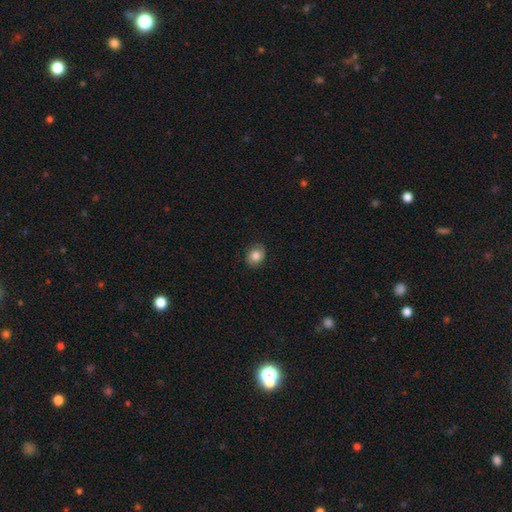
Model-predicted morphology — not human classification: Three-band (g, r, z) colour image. It shows a smooth galaxy with no disk features (81%) that is round (57%). Merging: none (83%).